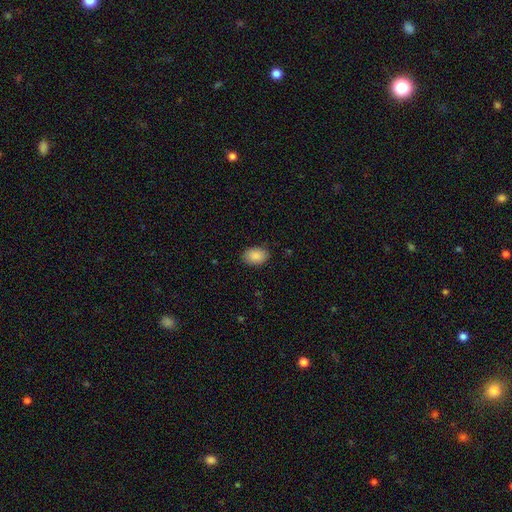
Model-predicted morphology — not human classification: Smooth or featured?
  - smooth: 89% *
  - star or artifact: 7%
  - featured or disk: 4%
How rounded?
  - in between: 84% *
  - round: 15%
  - cigar-shaped: 1%
Merging?
  - none: 85% *
  - minor disturbance: 11%
  - major disturbance: 3%
  - merger: 1%